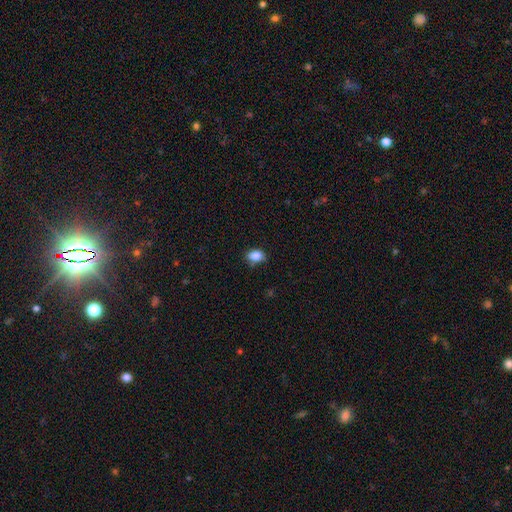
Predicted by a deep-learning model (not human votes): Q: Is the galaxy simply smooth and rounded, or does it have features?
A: smooth — 86%.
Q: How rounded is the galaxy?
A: in between — 74%.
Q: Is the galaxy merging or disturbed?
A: none — 78%.